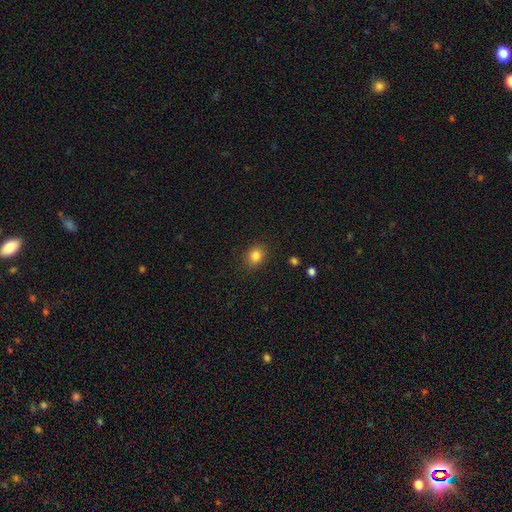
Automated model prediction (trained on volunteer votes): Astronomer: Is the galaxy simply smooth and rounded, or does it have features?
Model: smooth — 84%.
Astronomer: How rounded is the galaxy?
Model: round — 53% (runner-up: in between, 46%).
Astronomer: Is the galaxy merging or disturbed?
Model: none — 87%.